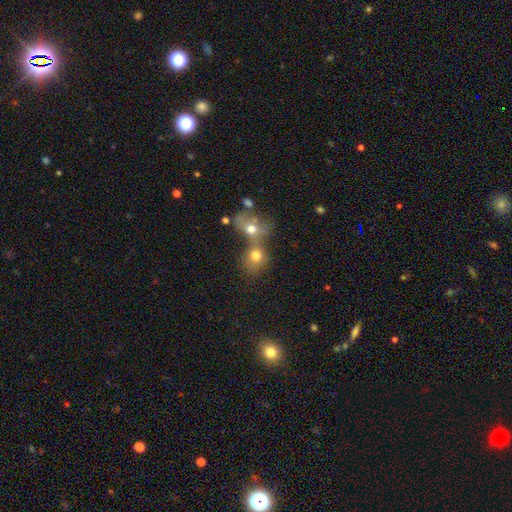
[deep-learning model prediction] Q: Smooth or featured?
A: smooth (72%); runner-up: featured or disk (16%)
Q: How rounded?
A: round (67%); runner-up: in between (32%)
Q: Merging?
A: merger (63%); runner-up: none (25%)